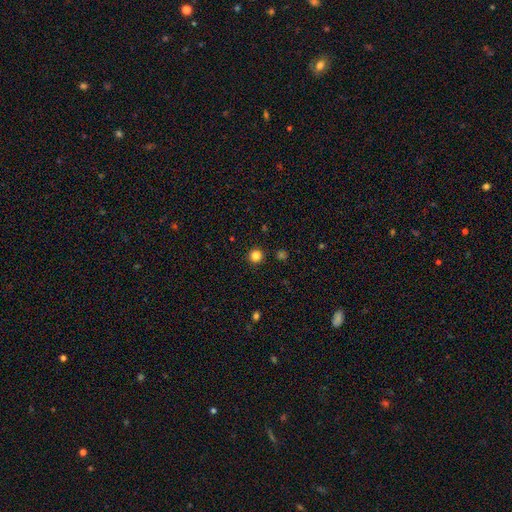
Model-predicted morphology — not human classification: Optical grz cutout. It shows a smooth galaxy with no disk features (84%) that is round (95%). Merging: none (93%).